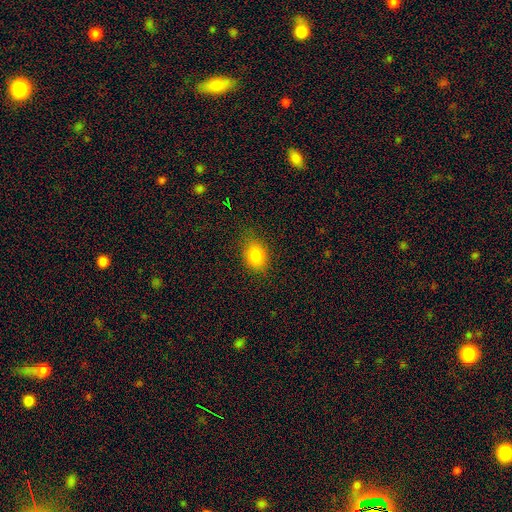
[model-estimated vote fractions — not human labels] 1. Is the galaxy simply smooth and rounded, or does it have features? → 82% smooth, 11% star or artifact, 7% featured or disk.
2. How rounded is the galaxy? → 63% in between, 36% round, 1% cigar-shaped.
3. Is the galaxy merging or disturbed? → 81% none, 14% minor disturbance, 4% major disturbance, 1% merger.